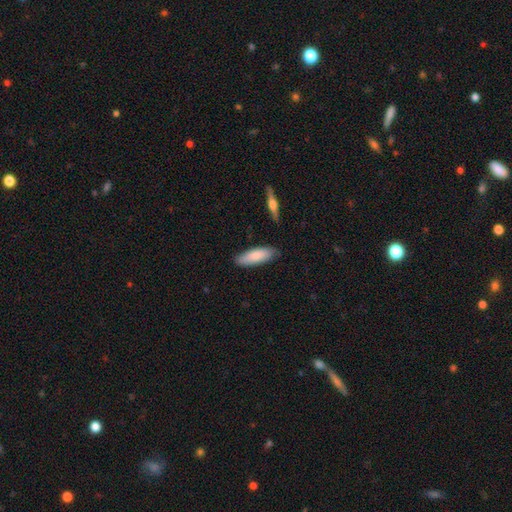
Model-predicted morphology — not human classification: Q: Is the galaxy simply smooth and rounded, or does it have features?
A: smooth — 82%.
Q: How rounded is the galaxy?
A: in between — 57%.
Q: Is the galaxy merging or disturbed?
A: none — 81%.